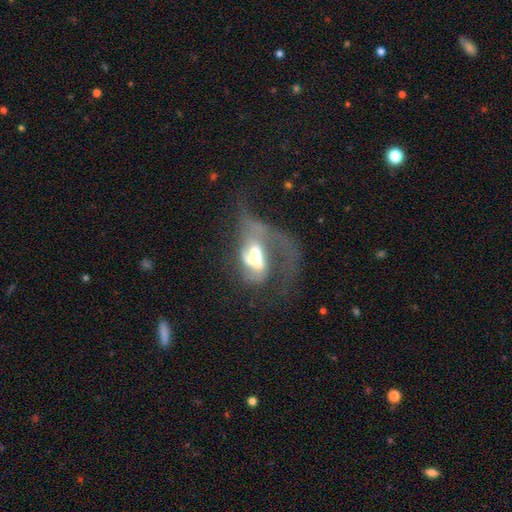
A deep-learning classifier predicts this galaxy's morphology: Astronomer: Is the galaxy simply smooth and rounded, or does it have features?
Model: featured or disk — 64%.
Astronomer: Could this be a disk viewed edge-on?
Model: no — 94%.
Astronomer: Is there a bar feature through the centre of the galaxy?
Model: no — 44% (runner-up: weak, 34%).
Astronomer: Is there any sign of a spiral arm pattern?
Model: yes — 60% (runner-up: no, 40%).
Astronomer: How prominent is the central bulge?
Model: moderate — 45% (runner-up: large, 33%).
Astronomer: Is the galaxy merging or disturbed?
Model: major disturbance — 58%.